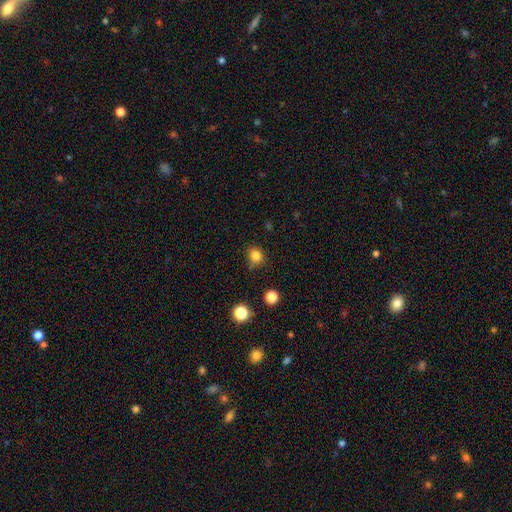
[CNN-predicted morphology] smooth 81%, star or artifact 14%, featured or disk 5%. Down the decision tree: how rounded — round (73%); merging — none (69%).